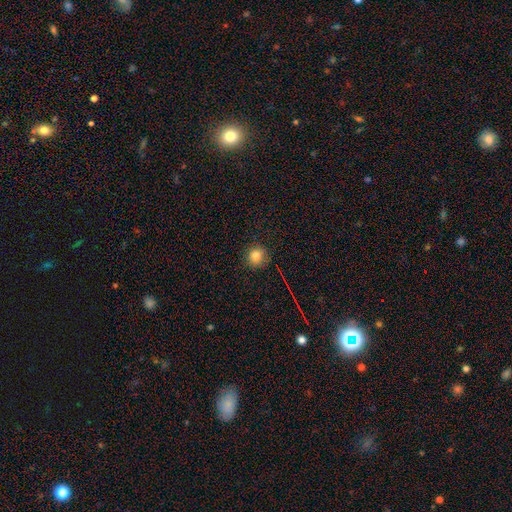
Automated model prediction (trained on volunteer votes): smooth 81%, star or artifact 13%, featured or disk 6%. Down the decision tree: how rounded — round (88%); merging — none (86%).